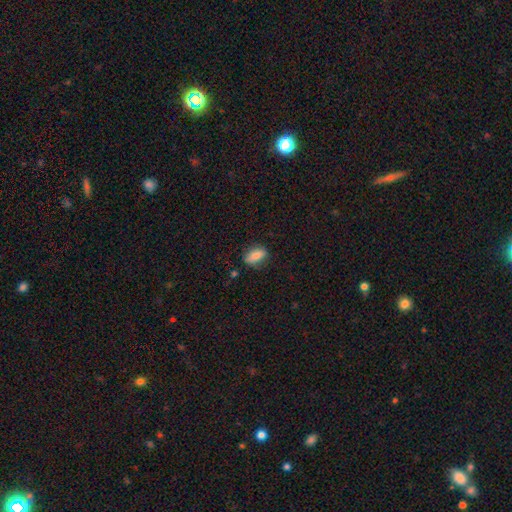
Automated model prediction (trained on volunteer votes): Smooth or featured?
  - smooth: 76% *
  - featured or disk: 16%
  - star or artifact: 8%
How rounded?
  - in between: 82% *
  - round: 10%
  - cigar-shaped: 8%
Merging?
  - none: 79% *
  - minor disturbance: 16%
  - major disturbance: 3%
  - merger: 2%